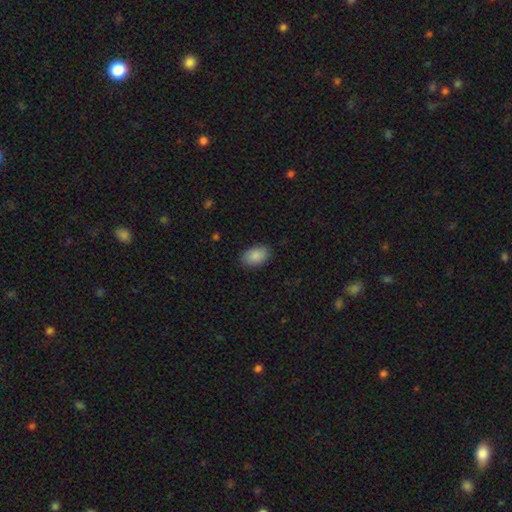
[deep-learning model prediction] A smooth galaxy with no disk features (87%) that is in between round and cigar-shaped (91%).

Vote fractions:
- Smooth or featured? smooth: 87% / featured or disk: 7% / star or artifact: 6%
- How rounded? in between: 91% / round: 8% / cigar-shaped: 1%
- Merging? none: 84% / minor disturbance: 12% / major disturbance: 3% / merger: 1%